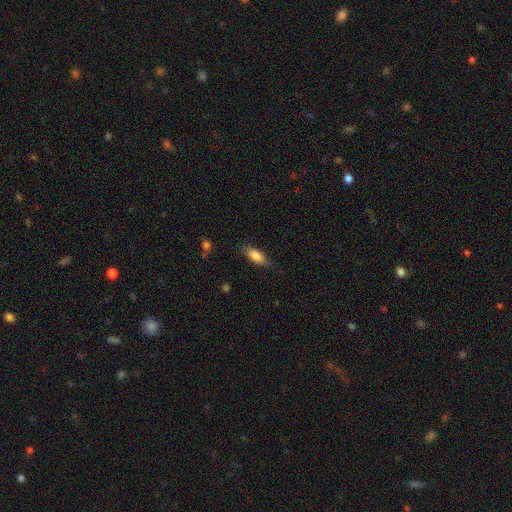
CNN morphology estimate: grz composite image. It shows a smooth galaxy with no disk features (80%) that is in between round and cigar-shaped (69%). Merging: none (75%).